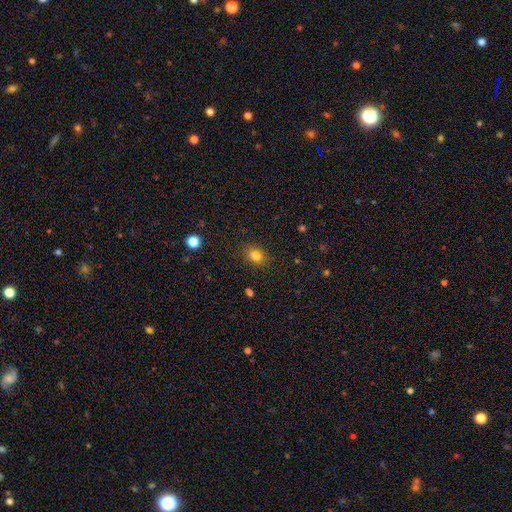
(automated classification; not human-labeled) smooth 82%, star or artifact 12%, featured or disk 6%. Down the decision tree: how rounded — in between (58%); merging — none (86%).